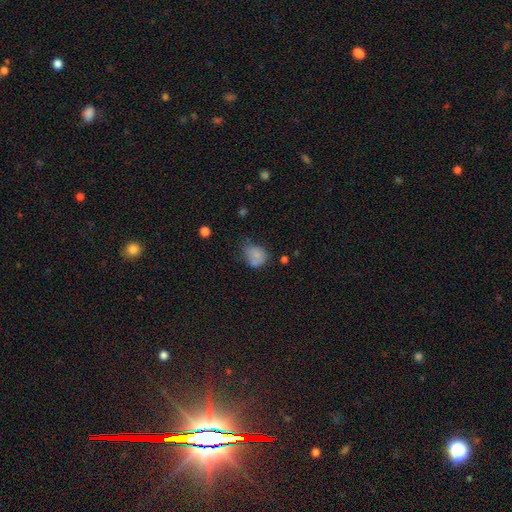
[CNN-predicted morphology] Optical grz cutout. It shows a smooth galaxy with no disk features (75%) that is in between round and cigar-shaped (53%). Merging: none (39%).